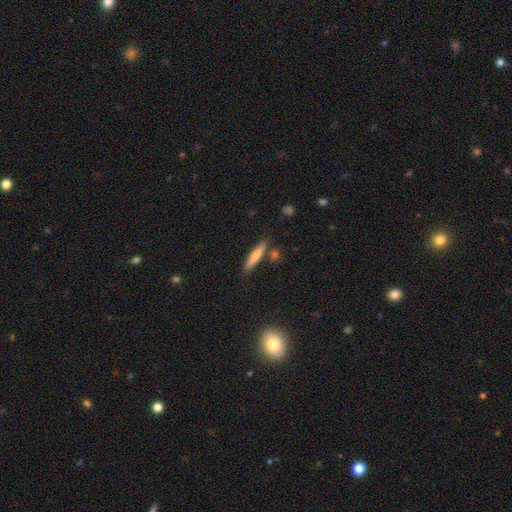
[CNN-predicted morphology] Smooth or featured? Predicted: smooth (p=0.72). How rounded? Predicted: cigar-shaped (p=0.86). Merging? Predicted: none (p=0.79).